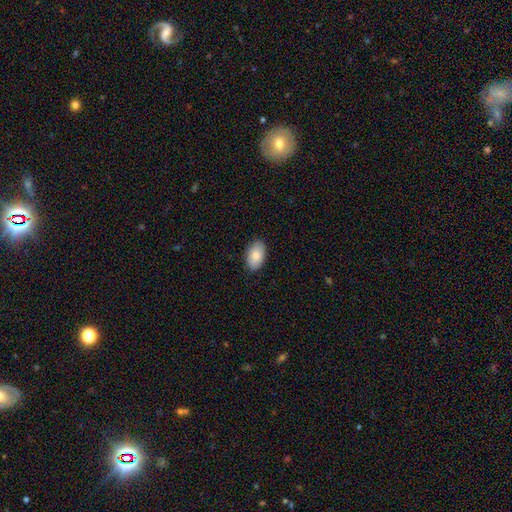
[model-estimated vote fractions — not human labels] Smooth or featured: smooth — 85% (featured or disk — 9%)
How rounded: in between — 94% (round — 5%)
Merging: none — 88% (minor disturbance — 9%)